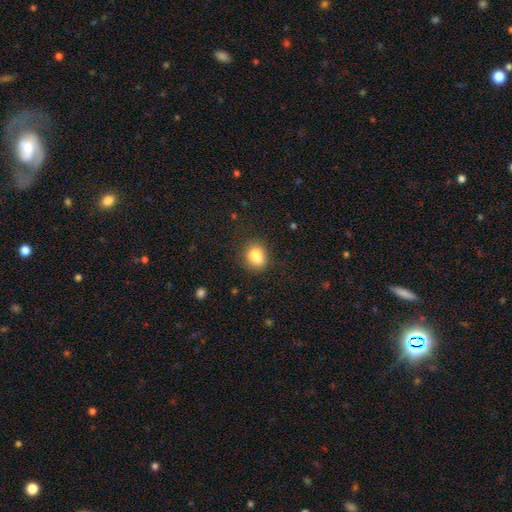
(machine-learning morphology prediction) This appears to be a smooth galaxy with no disk features (78%) that is in between round and cigar-shaped (50%). Merging: none (58%).